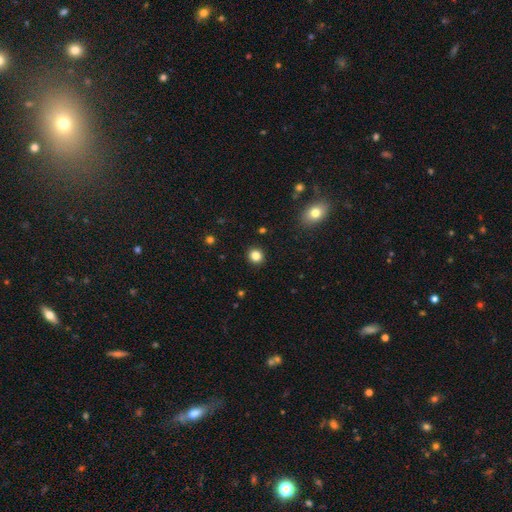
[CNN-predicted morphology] The model was most divided on "smooth or featured": smooth: 84%, star or artifact: 12%, featured or disk: 4%. More confident: merging — none (92%); how rounded — round (87%).